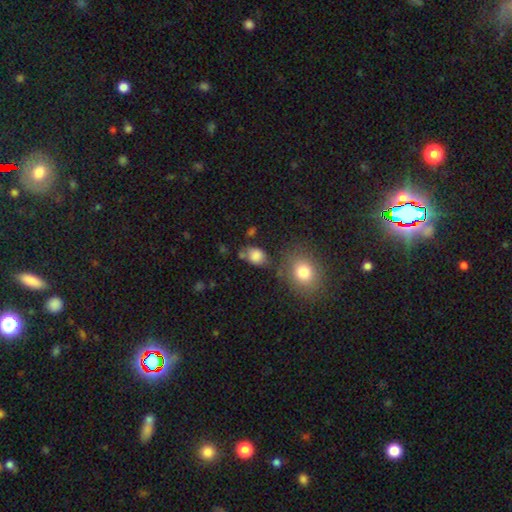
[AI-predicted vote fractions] A smooth galaxy with no disk features (81%) that is in between round and cigar-shaped (65%). Merging: none (54%).